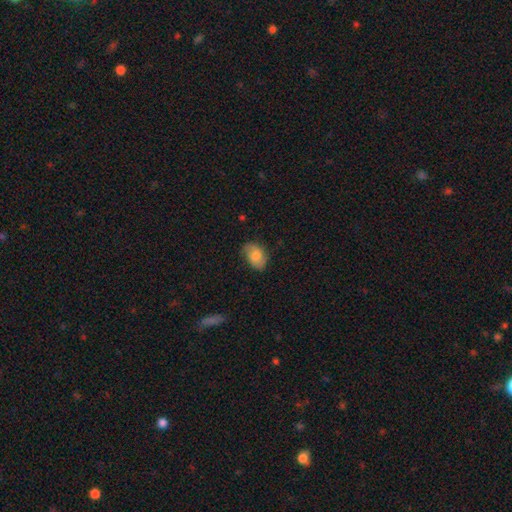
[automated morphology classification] The model was most divided on "merging": none: 73%, minor disturbance: 21%, major disturbance: 5%, merger: 1%. More confident: how rounded — in between (85%); smooth or featured — smooth (74%).